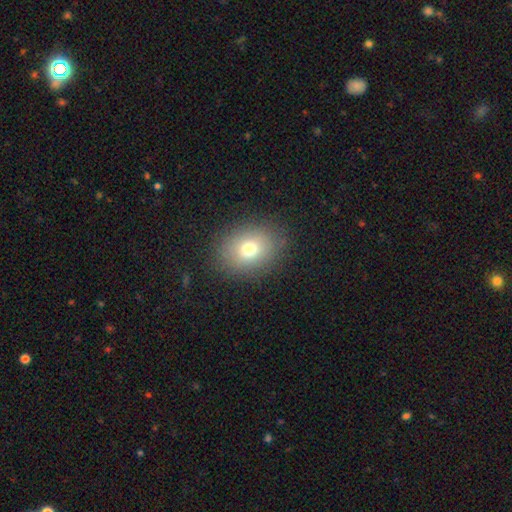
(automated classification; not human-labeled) Morphology: type=smooth (74%); roundness=in between (57%); merging=none (91%).